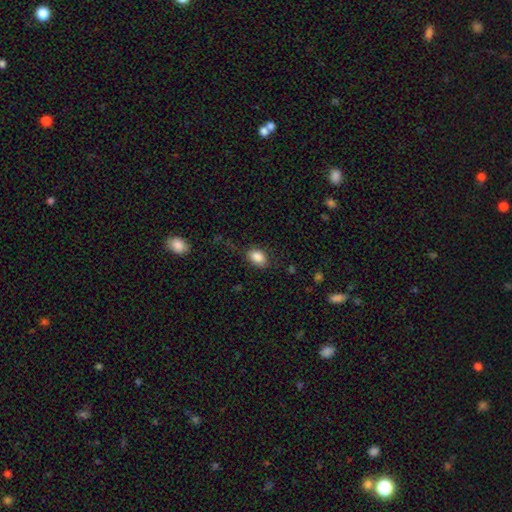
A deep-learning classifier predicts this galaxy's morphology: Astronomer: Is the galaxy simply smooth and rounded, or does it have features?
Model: smooth — 86%.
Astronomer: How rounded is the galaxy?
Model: in between — 83%.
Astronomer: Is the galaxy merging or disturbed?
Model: none — 74%.